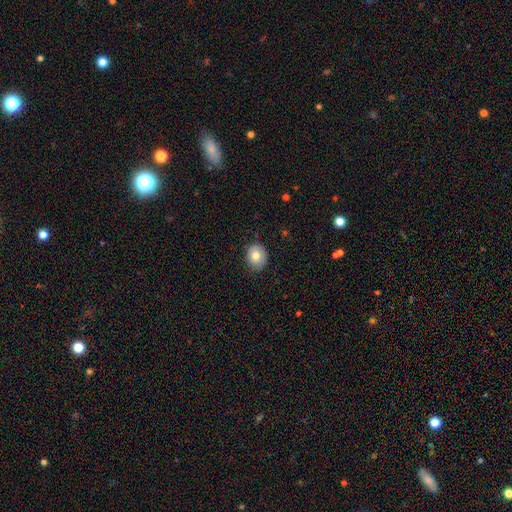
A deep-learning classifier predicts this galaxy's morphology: Overall: smooth (78%). How rounded: round (64%; in between 36%). Merging: none (77%).